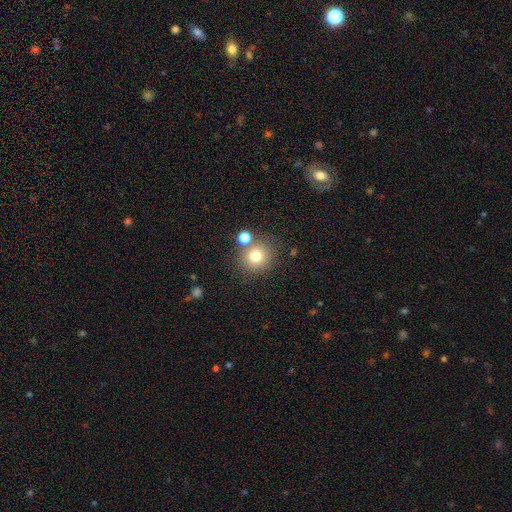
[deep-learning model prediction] smooth_or_featured: smooth (p=0.76) [alt: star or artifact p=0.14]
how_rounded: round (p=0.87) [alt: in between p=0.12]
merging: none (p=0.73) [alt: merger p=0.15]